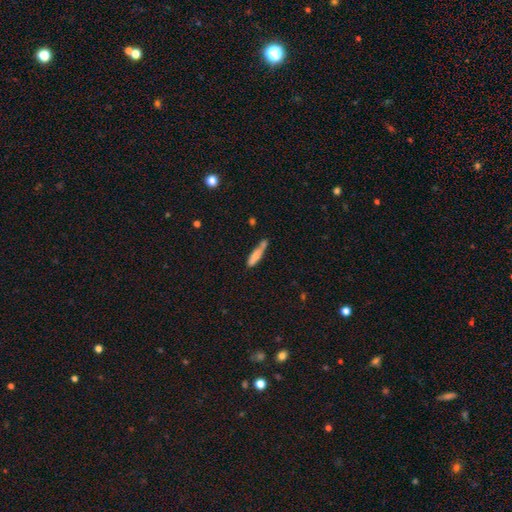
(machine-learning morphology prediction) smooth_or_featured: smooth (p=0.75) [alt: featured or disk p=0.17]
how_rounded: cigar-shaped (p=0.79) [alt: in between p=0.19]
merging: none (p=0.47) [alt: minor disturbance p=0.26]